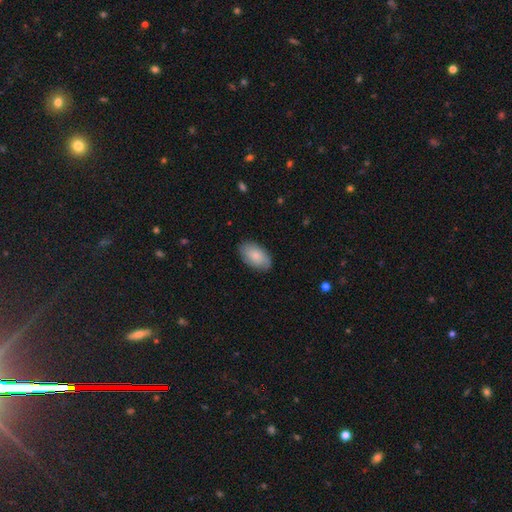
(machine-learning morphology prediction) This is likely a smooth galaxy (77%). How rounded: clearly in between (94%). Merging: clearly none (82%).